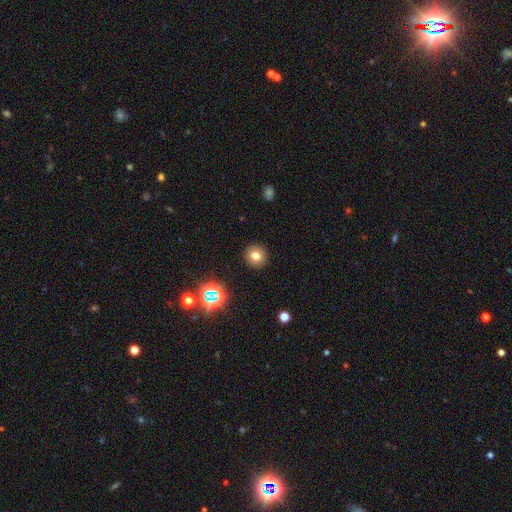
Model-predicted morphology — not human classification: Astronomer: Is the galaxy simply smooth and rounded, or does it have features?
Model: smooth — 73%.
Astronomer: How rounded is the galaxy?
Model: round — 91%.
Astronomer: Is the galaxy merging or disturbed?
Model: none — 91%.